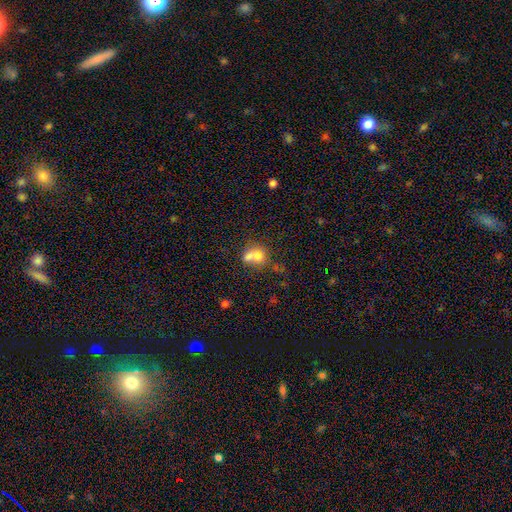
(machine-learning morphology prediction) A smooth galaxy with no disk features (69%) that is round (60%). Merging: merger (61%).